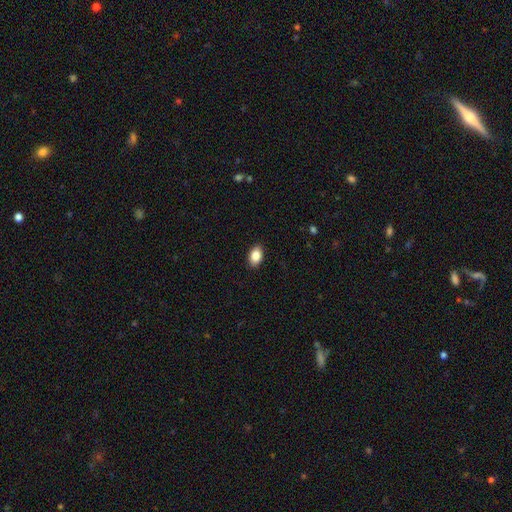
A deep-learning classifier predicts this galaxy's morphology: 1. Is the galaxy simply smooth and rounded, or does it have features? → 86% smooth, 8% star or artifact, 6% featured or disk.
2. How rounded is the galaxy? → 89% in between, 9% round, 1% cigar-shaped.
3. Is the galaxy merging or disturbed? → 90% none, 8% minor disturbance, 2% major disturbance, 1% merger.